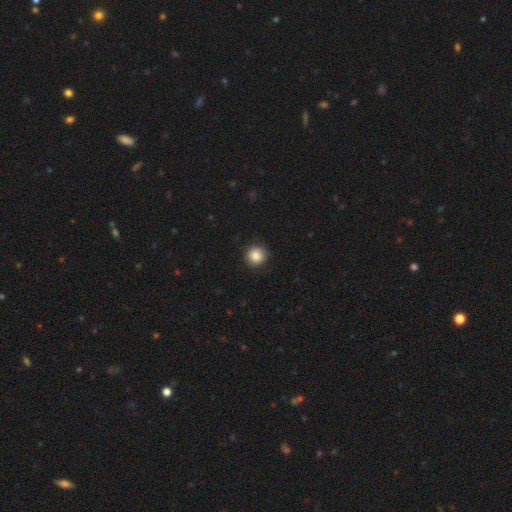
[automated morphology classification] smooth_or_featured: smooth (p=0.87) [alt: star or artifact p=0.09]
how_rounded: round (p=0.93) [alt: in between p=0.06]
merging: none (p=0.91) [alt: minor disturbance p=0.06]